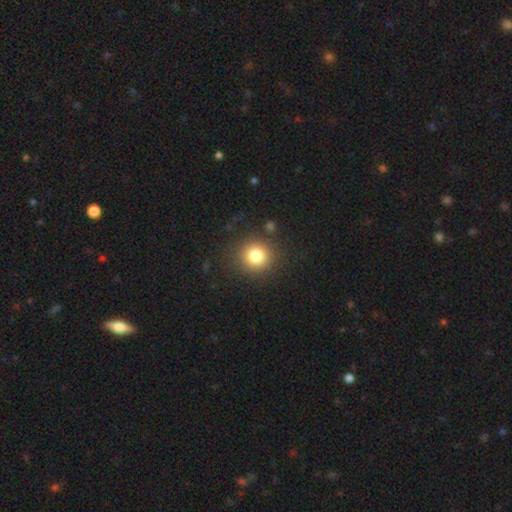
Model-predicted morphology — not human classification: Smooth or featured?
  - smooth: 82% *
  - star or artifact: 11%
  - featured or disk: 7%
How rounded?
  - round: 91% *
  - in between: 8%
  - cigar-shaped: 1%
Merging?
  - none: 86% *
  - minor disturbance: 8%
  - major disturbance: 4%
  - merger: 2%